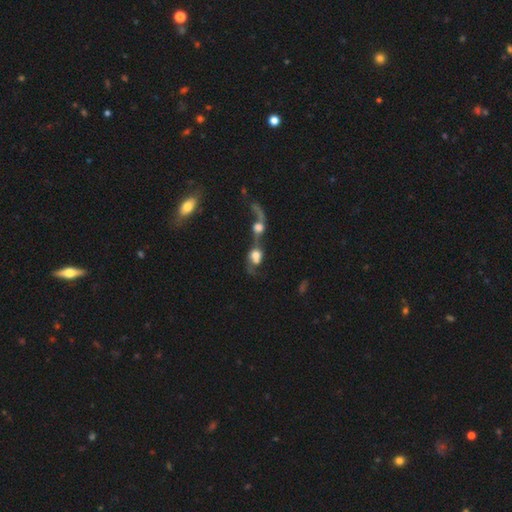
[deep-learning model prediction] Smooth or featured? smooth (47%)
Merging? merger (81%)